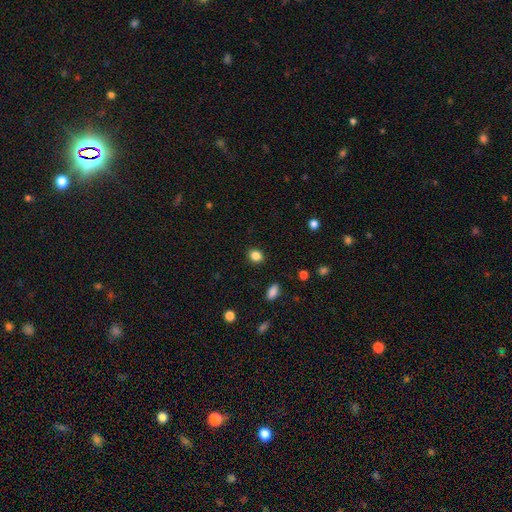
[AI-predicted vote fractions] Smooth or featured?
  - smooth: 85% *
  - star or artifact: 11%
  - featured or disk: 4%
How rounded?
  - round: 60% *
  - in between: 39%
  - cigar-shaped: 1%
Merging?
  - none: 90% *
  - minor disturbance: 7%
  - major disturbance: 2%
  - merger: 1%